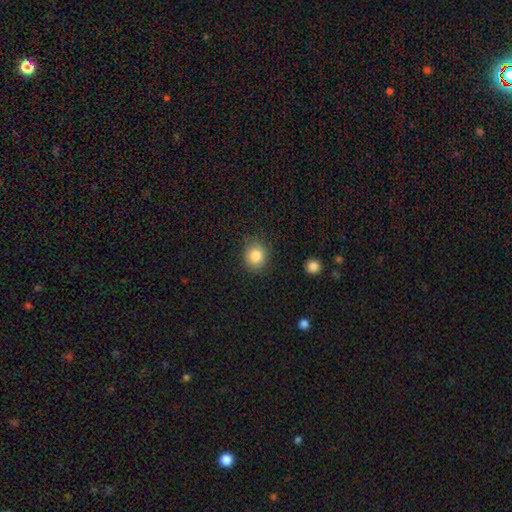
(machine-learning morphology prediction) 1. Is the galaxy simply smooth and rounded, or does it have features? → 85% smooth, 10% star or artifact, 5% featured or disk.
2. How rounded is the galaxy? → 75% round, 24% in between, 1% cigar-shaped.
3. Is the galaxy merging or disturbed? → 86% none, 10% minor disturbance, 3% major disturbance, 2% merger.